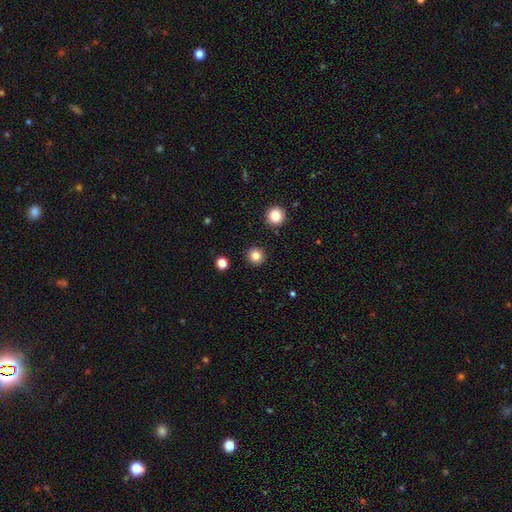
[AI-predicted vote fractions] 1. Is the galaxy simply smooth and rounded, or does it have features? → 82% smooth, 12% star or artifact, 5% featured or disk.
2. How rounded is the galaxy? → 95% round, 4% in between, 1% cigar-shaped.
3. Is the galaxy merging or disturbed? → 92% none, 5% minor disturbance, 2% major disturbance, 2% merger.